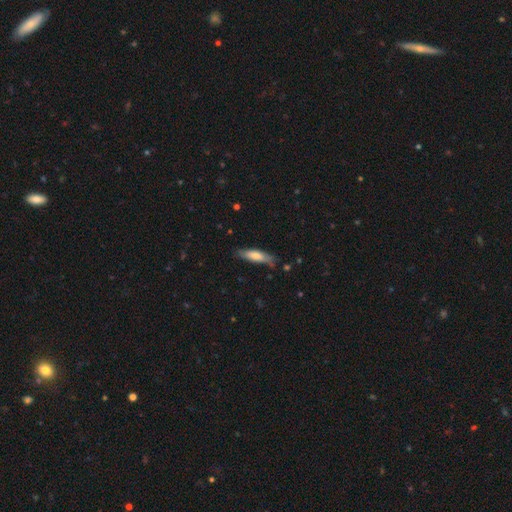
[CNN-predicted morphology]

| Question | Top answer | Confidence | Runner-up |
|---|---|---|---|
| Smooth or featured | smooth | 68% | featured or disk (26%) |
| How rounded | cigar-shaped | 65% | in between (33%) |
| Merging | none | 72% | minor disturbance (21%) |